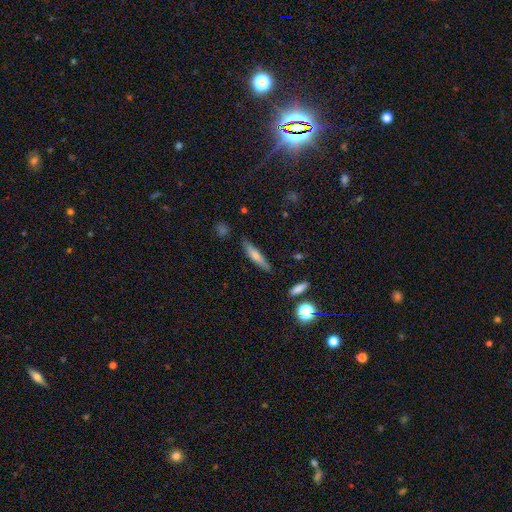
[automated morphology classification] Smooth or featured? smooth (64%)
How rounded? cigar-shaped (84%)
Merging? none (80%)